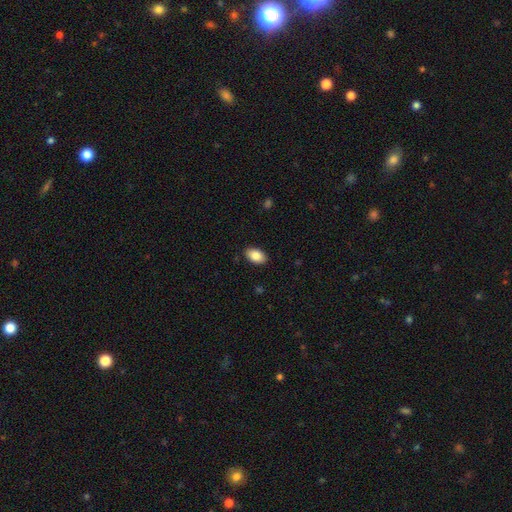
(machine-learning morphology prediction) Smooth or featured? smooth (85%)
How rounded? in between (92%)
Merging? none (89%)